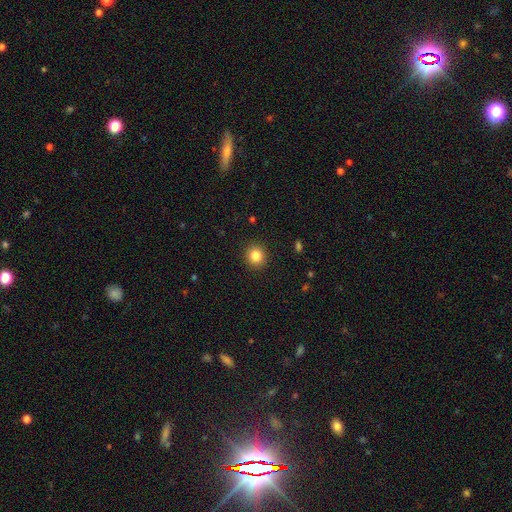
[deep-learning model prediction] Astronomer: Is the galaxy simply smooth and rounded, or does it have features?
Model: smooth — 84%.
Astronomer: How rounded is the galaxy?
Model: round — 90%.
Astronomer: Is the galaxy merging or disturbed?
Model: none — 92%.